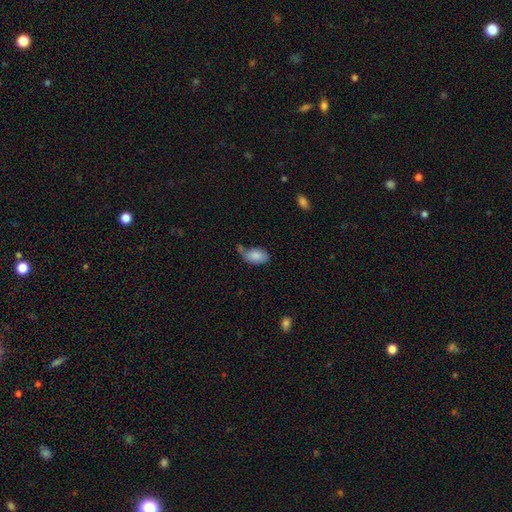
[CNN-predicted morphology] type=smooth (84%); roundness=in between (93%); merging=none (51%).